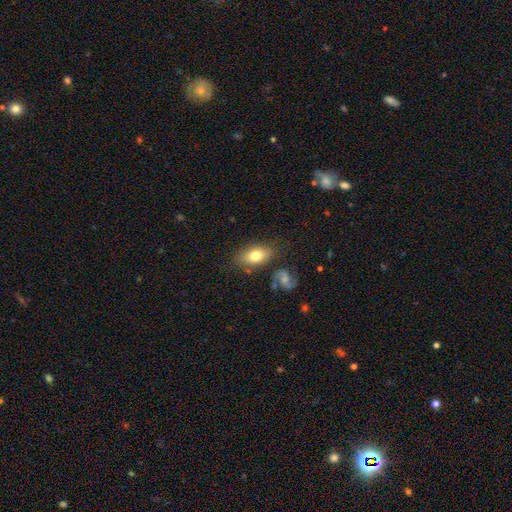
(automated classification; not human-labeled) Smooth or featured? smooth (74%)
How rounded? in between (89%)
Merging? none (74%)